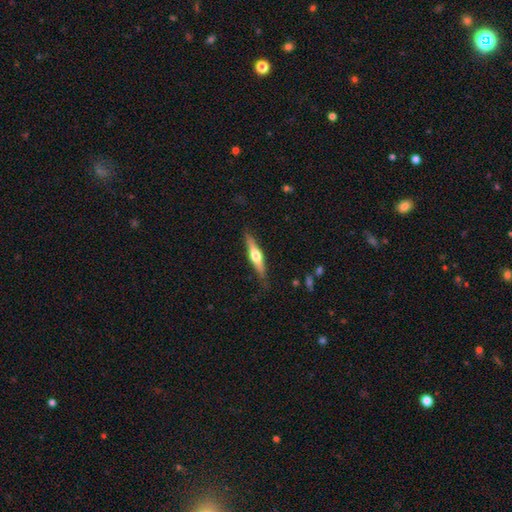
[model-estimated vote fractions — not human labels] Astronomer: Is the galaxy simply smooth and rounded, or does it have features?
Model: featured or disk — 60%.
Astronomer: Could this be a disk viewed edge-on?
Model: yes — 96%.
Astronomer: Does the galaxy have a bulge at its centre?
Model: rounded — 93%.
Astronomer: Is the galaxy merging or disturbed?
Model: none — 84%.